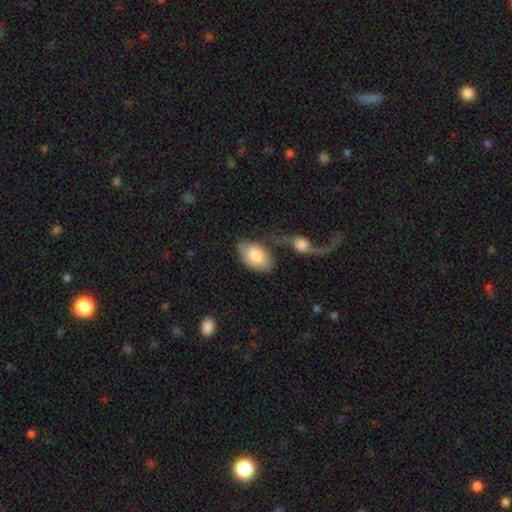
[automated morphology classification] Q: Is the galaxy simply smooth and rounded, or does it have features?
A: smooth — 70%.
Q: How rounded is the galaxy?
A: in between — 91%.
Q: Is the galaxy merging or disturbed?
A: none — 36%.